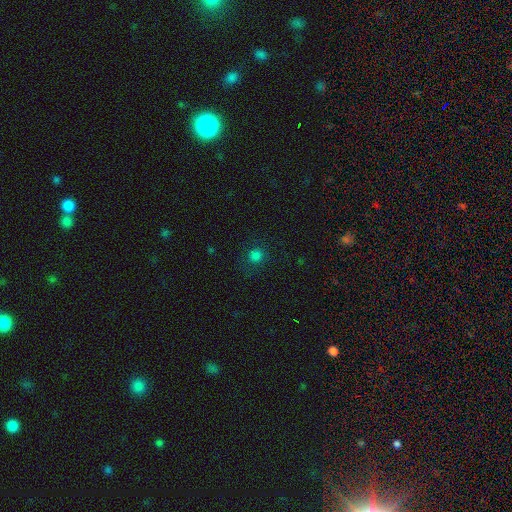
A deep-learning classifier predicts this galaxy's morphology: smooth-or-featured: smooth: 77% | star or artifact: 18% | featured or disk: 5%
  how-rounded: round: 89% | in between: 10% | cigar-shaped: 1%
  merging: none: 83% | minor disturbance: 10% | major disturbance: 5% | merger: 1%